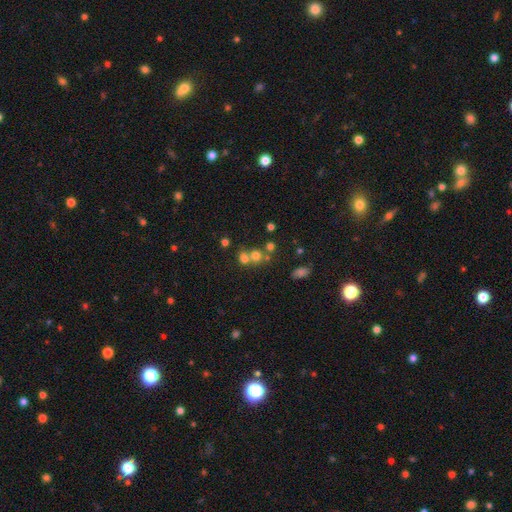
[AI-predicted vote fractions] Smooth or featured? smooth (65%)
How rounded? round (76%)
Merging? merger (50%)